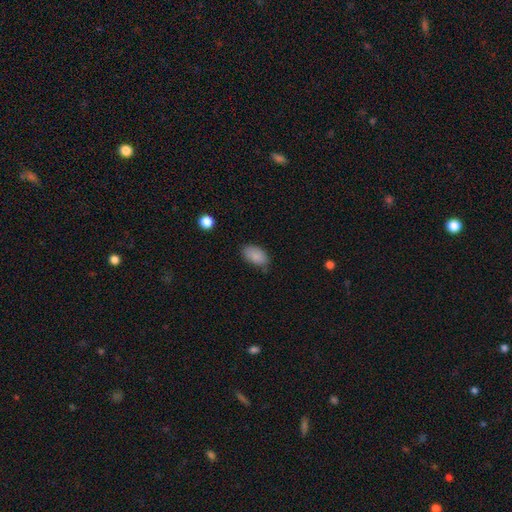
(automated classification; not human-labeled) Smooth or featured?
  - smooth: 87% *
  - star or artifact: 8%
  - featured or disk: 6%
How rounded?
  - in between: 93% *
  - round: 5%
  - cigar-shaped: 2%
Merging?
  - none: 74% *
  - minor disturbance: 20%
  - major disturbance: 4%
  - merger: 2%